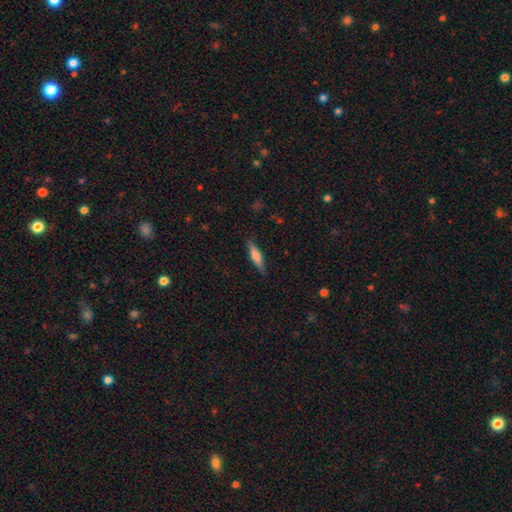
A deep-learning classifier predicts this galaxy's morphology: Smooth or featured: smooth — 61% (featured or disk — 33%)
How rounded: cigar-shaped — 77% (in between — 22%)
Merging: none — 86% (minor disturbance — 11%)